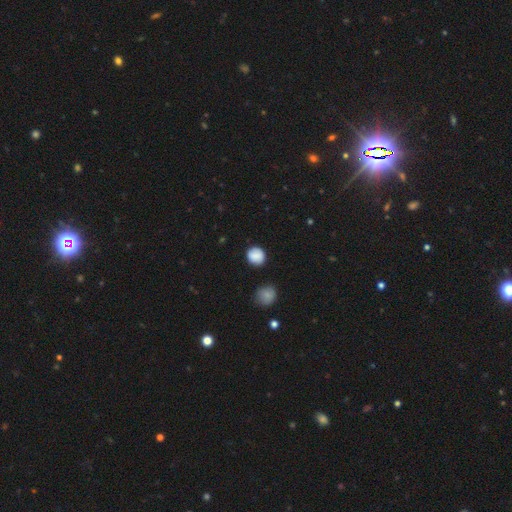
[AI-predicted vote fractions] Overall: smooth (86%). How rounded: round (88%). Merging: none (85%).